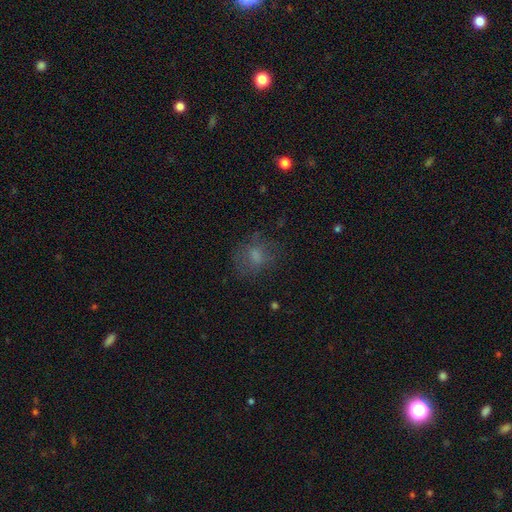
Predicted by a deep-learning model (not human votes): smooth 62%, featured or disk 23%, star or artifact 15%. Down the decision tree: how rounded — round (53%); merging — none (58%).